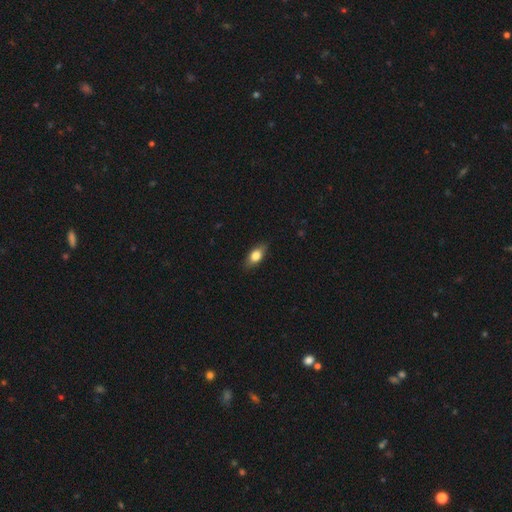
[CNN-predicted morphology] Overall: smooth (77%). How rounded: in between (83%). Merging: none (85%).